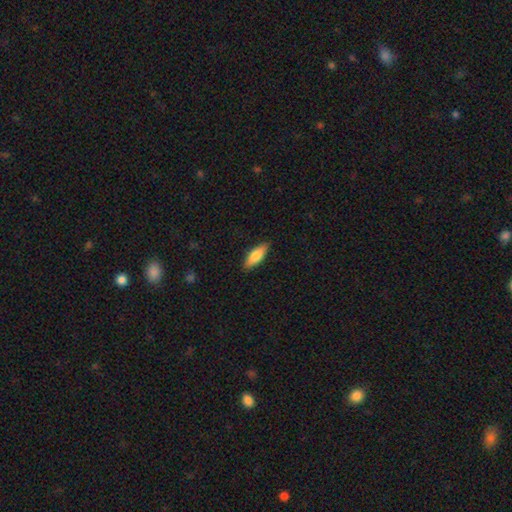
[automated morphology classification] smooth_or_featured: smooth (p=0.80) [alt: featured or disk p=0.14]
how_rounded: in between (p=0.67) [alt: cigar-shaped p=0.31]
merging: none (p=0.87) [alt: minor disturbance p=0.10]